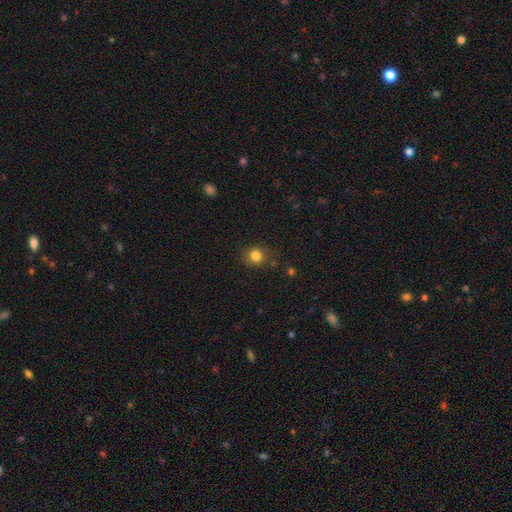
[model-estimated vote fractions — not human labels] A smooth galaxy with no disk features (81%) that is round (81%).

Vote fractions:
- Smooth or featured? smooth: 81% / star or artifact: 13% / featured or disk: 6%
- How rounded? round: 81% / in between: 18% / cigar-shaped: 1%
- Merging? none: 83% / minor disturbance: 12% / major disturbance: 3% / merger: 2%